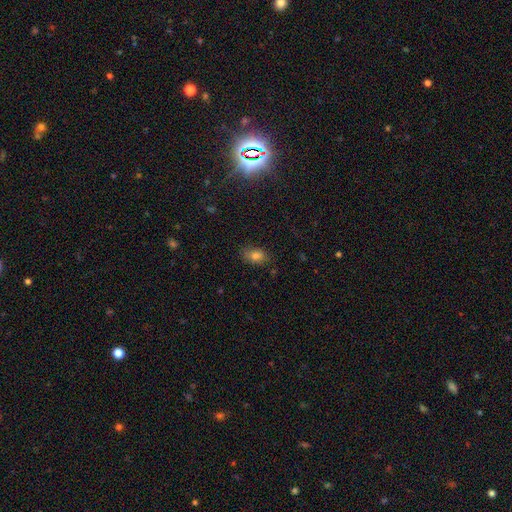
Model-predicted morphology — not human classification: Q: Smooth or featured?
A: smooth (77%); runner-up: star or artifact (14%)
Q: How rounded?
A: in between (84%); runner-up: round (14%)
Q: Merging?
A: none (78%); runner-up: minor disturbance (16%)